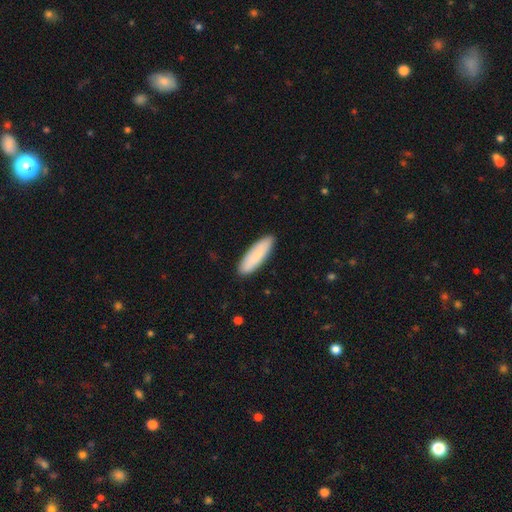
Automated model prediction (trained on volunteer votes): smooth-or-featured: smooth: 84% | featured or disk: 10% | star or artifact: 5%
  how-rounded: cigar-shaped: 56% | in between: 42% | round: 1%
  merging: none: 89% | minor disturbance: 8% | major disturbance: 1% | merger: 1%